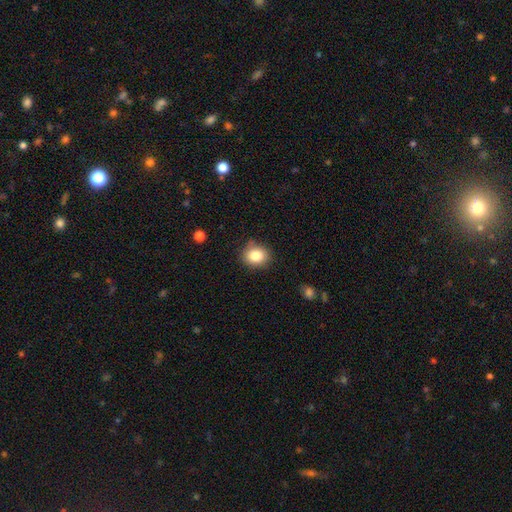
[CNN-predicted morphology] Smooth or featured?
  - smooth: 84% *
  - star or artifact: 10%
  - featured or disk: 6%
How rounded?
  - round: 69% *
  - in between: 30%
  - cigar-shaped: 1%
Merging?
  - none: 81% *
  - minor disturbance: 14%
  - major disturbance: 3%
  - merger: 2%